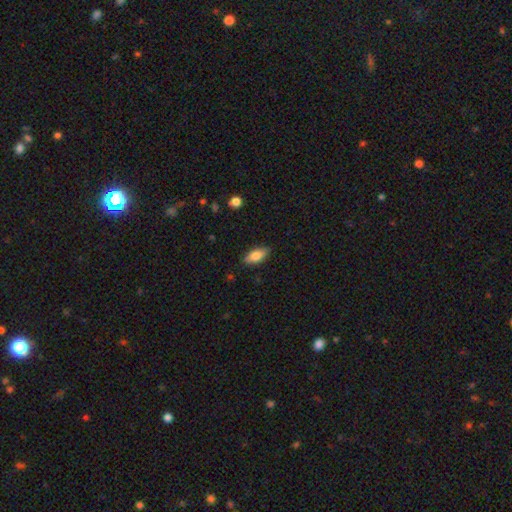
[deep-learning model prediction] smooth 78%, featured or disk 16%, star or artifact 7%. Down the decision tree: how rounded — in between (84%); merging — none (86%).